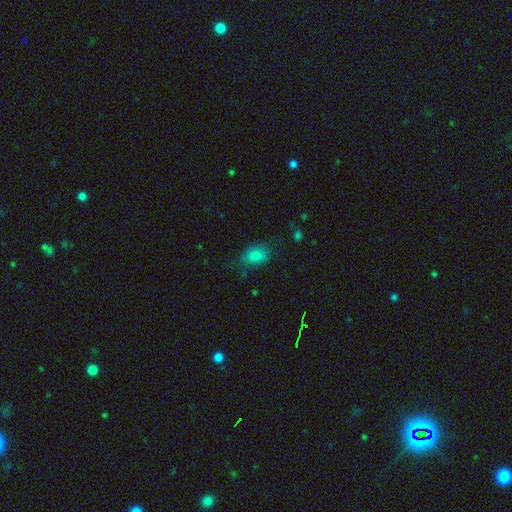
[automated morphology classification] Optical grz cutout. It shows a smooth galaxy with no disk features (85%) that is in between round and cigar-shaped (85%). Merging: none (69%).